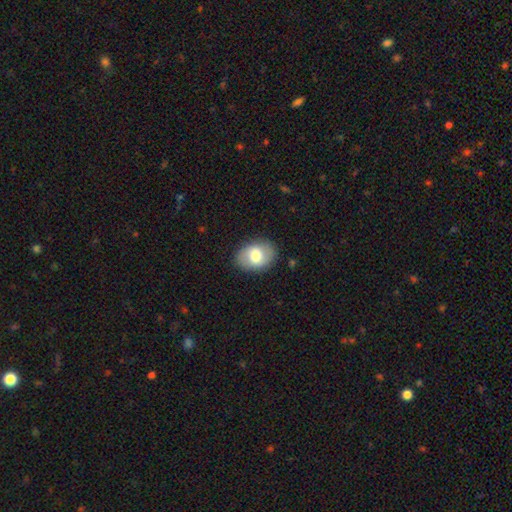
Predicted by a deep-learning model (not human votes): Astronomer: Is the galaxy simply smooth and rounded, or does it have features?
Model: smooth — 70%.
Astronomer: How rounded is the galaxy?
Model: in between — 79%.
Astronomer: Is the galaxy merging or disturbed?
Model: none — 85%.